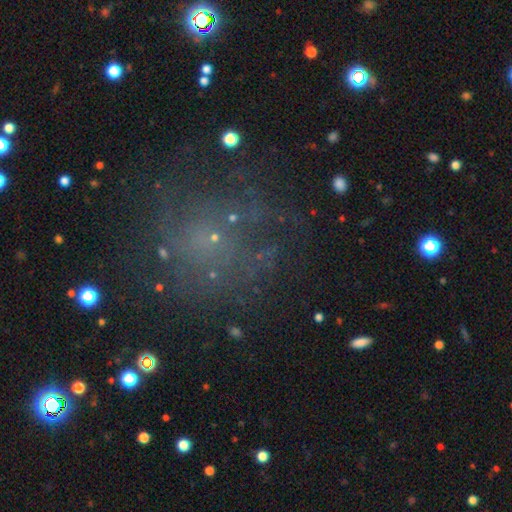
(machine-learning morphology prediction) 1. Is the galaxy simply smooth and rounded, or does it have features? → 41% star or artifact, 38% smooth, 21% featured or disk.